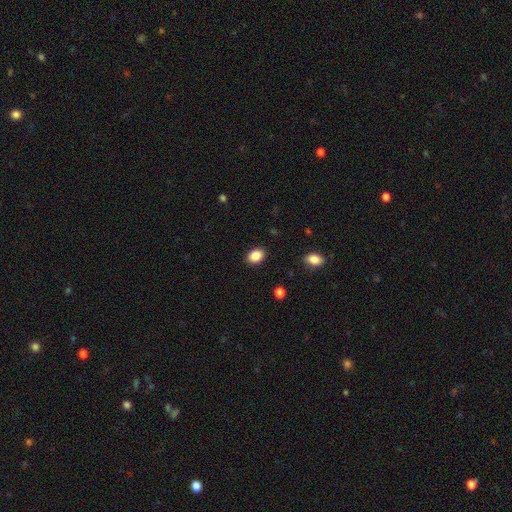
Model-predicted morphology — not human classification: smooth 88%, star or artifact 8%, featured or disk 4%. Down the decision tree: how rounded — in between (75%); merging — none (89%).